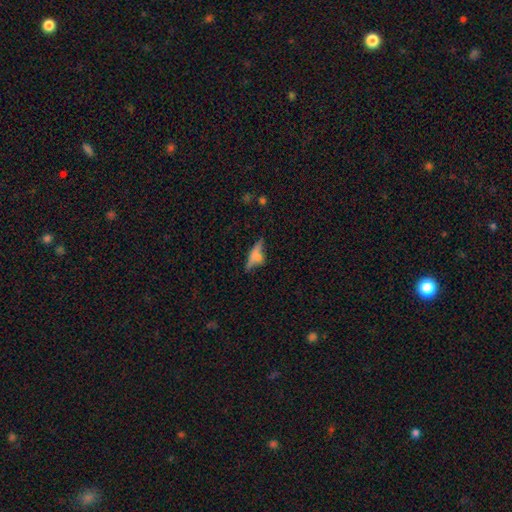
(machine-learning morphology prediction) smooth-or-featured: smooth: 54% | featured or disk: 35% | star or artifact: 11%
  how-rounded: cigar-shaped: 63% | in between: 32% | round: 5%
  merging: none: 53% | merger: 19% | minor disturbance: 18% | major disturbance: 10%